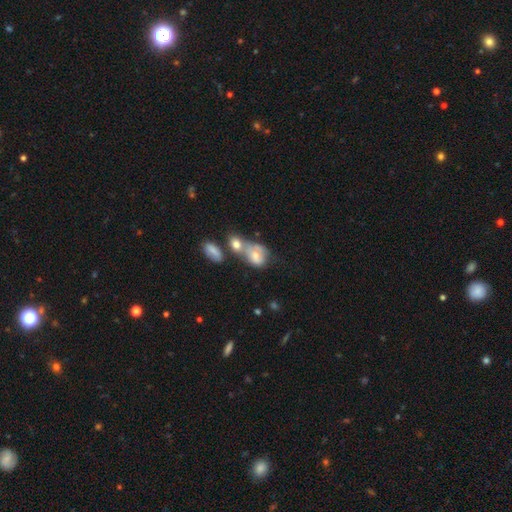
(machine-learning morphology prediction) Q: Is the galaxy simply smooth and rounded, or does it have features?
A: smooth — 63%.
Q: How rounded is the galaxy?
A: in between — 60%.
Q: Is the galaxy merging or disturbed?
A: merger — 56%.